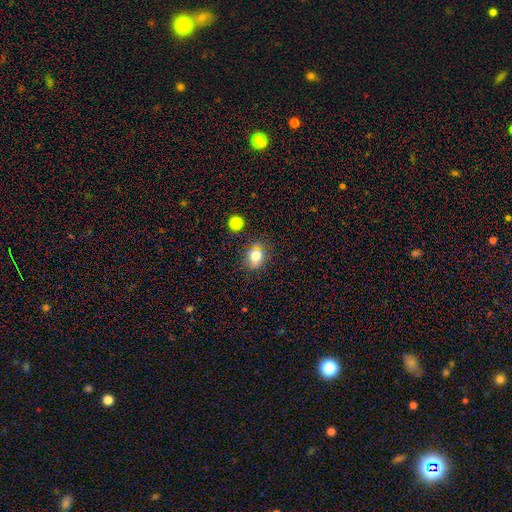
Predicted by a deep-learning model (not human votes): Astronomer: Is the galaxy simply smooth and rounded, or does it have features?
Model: smooth — 77%.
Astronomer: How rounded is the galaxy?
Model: round — 51% (runner-up: in between, 48%).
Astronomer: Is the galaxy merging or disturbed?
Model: none — 77%.